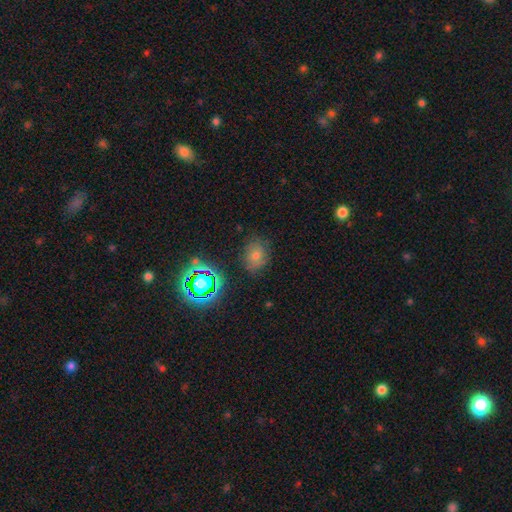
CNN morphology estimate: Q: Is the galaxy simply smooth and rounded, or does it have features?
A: smooth — 59%.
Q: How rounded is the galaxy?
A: round — 52%.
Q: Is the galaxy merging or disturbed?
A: none — 79%.